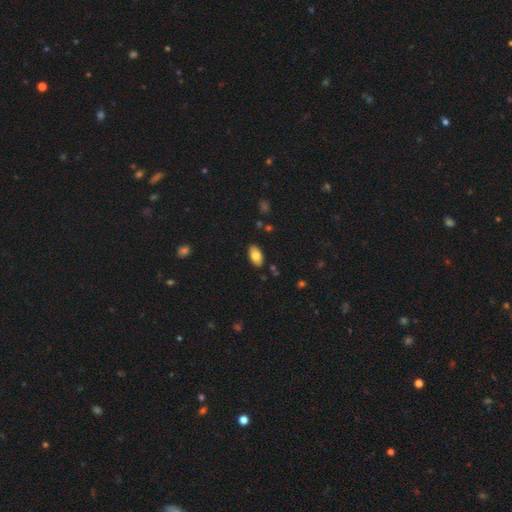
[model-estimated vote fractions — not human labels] A smooth galaxy with no disk features (78%) that is in between round and cigar-shaped (93%). Merging: none (86%).